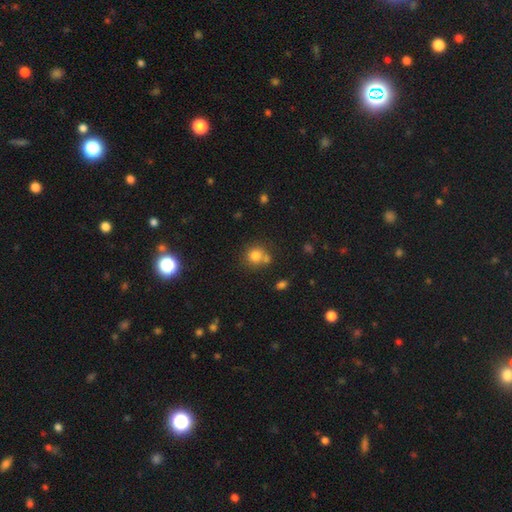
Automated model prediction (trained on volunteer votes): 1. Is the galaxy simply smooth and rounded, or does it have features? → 79% smooth, 12% star or artifact, 8% featured or disk.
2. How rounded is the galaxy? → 87% round, 12% in between, 1% cigar-shaped.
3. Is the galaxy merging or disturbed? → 58% none, 26% merger, 11% minor disturbance, 4% major disturbance.